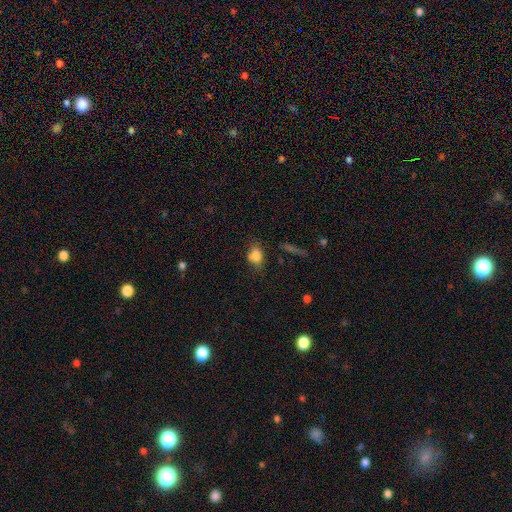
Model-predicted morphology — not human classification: type=smooth (79%); roundness=in between (67%); merging=none (58%).